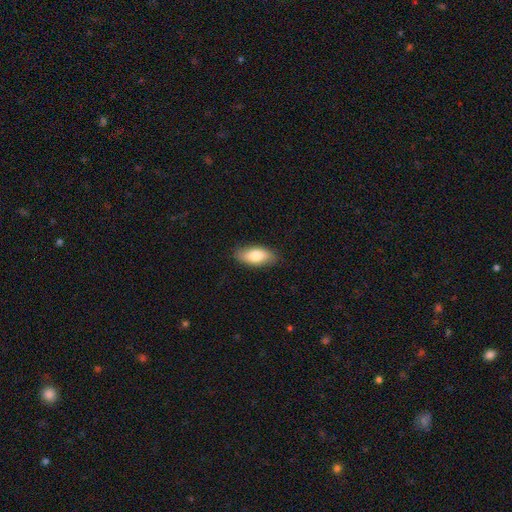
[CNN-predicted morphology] A smooth galaxy with no disk features (79%) that is in between round and cigar-shaped (87%). Merging: none (85%).